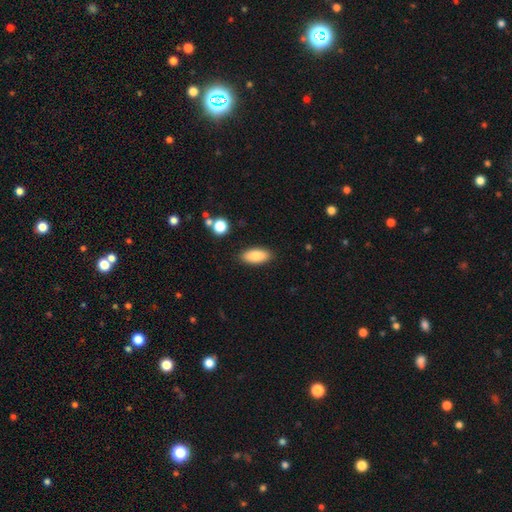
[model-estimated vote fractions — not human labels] smooth_or_featured: smooth (p=0.85) [alt: featured or disk p=0.09]
how_rounded: in between (p=0.87) [alt: cigar-shaped p=0.11]
merging: none (p=0.88) [alt: minor disturbance p=0.08]